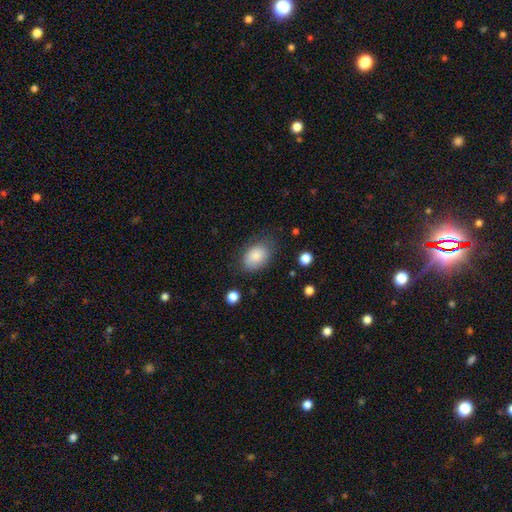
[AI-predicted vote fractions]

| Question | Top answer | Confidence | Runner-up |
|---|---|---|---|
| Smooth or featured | smooth | 85% | featured or disk (8%) |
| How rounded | in between | 84% | round (15%) |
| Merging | none | 70% | minor disturbance (21%) |